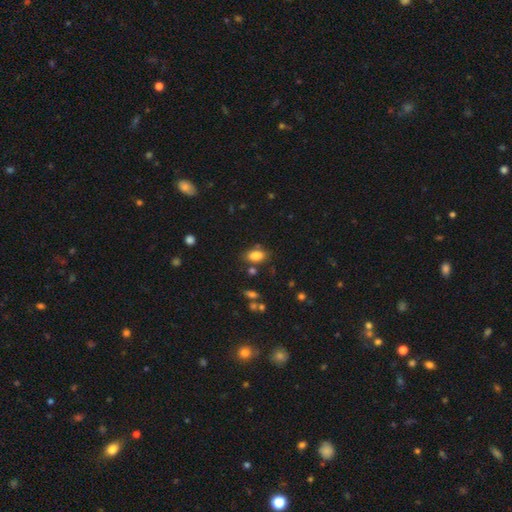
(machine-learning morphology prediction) A smooth galaxy with no disk features (84%) that is in between round and cigar-shaped (89%).

Vote fractions:
- Smooth or featured? smooth: 84% / star or artifact: 9% / featured or disk: 7%
- How rounded? in between: 89% / round: 8% / cigar-shaped: 3%
- Merging? none: 77% / minor disturbance: 13% / merger: 6% / major disturbance: 4%